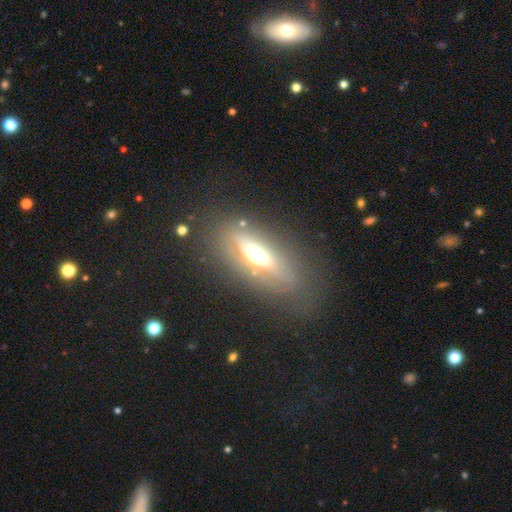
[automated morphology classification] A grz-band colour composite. It shows a featured or disk galaxy (53%) viewed edge-on (55%). Merging: none (72%).